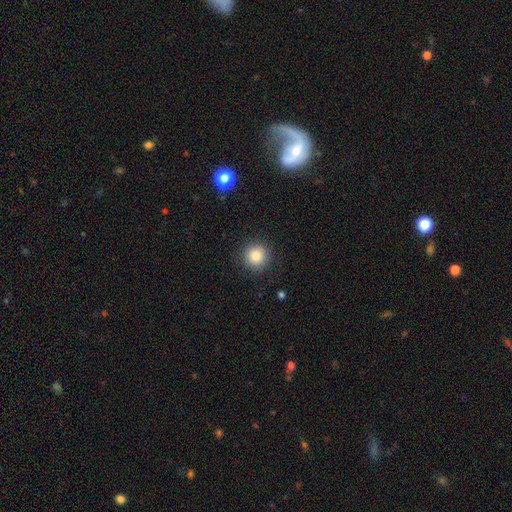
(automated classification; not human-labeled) Overall: smooth (85%). How rounded: round (94%). Merging: none (89%).